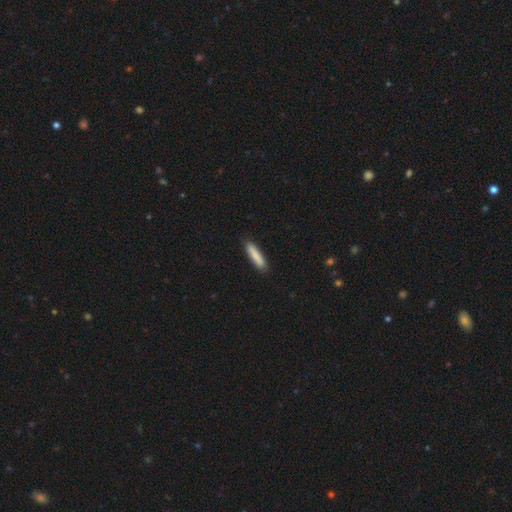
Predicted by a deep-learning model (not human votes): Morphology: type=smooth (86%); roundness=cigar-shaped (83%); merging=none (89%).